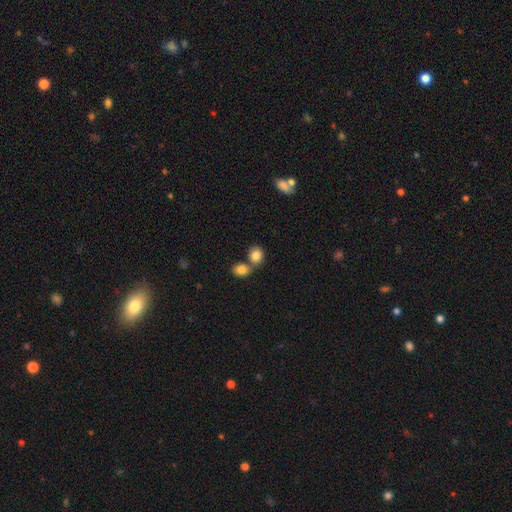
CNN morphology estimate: type=smooth (83%); roundness=round (65%); merging=none (48%).